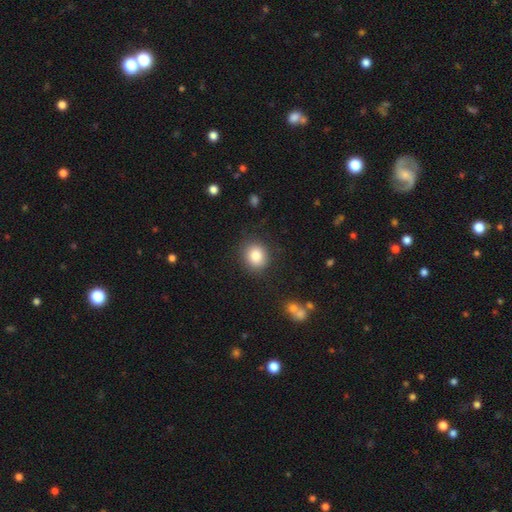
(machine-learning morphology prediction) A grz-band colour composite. It shows a smooth galaxy with no disk features (84%) that is round (74%). Merging: none (85%).